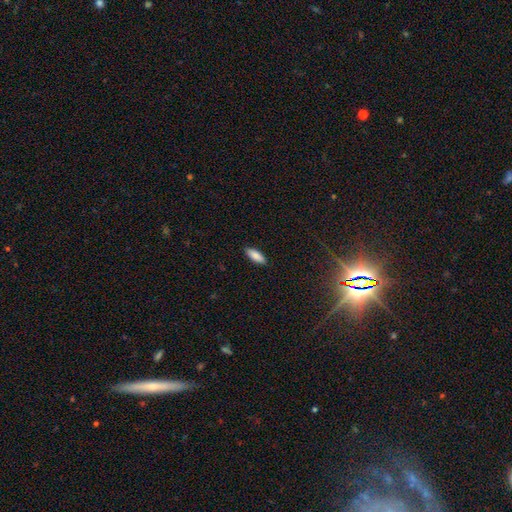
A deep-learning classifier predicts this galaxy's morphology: This is clearly a smooth galaxy (87%). How rounded: likely in between (66%). Merging: clearly none (88%).